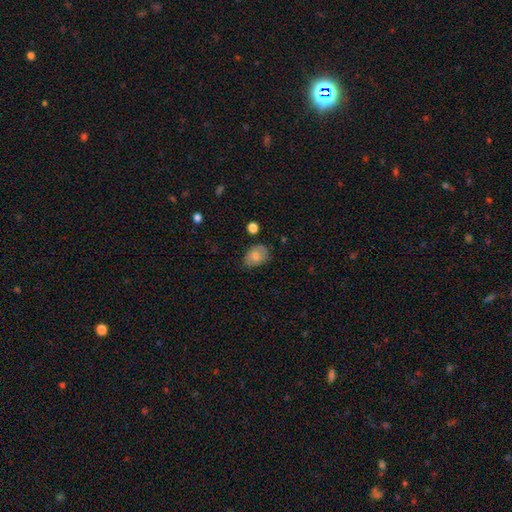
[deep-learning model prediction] Q: Smooth or featured?
A: smooth (76%); runner-up: featured or disk (16%)
Q: How rounded?
A: in between (80%); runner-up: round (19%)
Q: Merging?
A: none (65%); runner-up: minor disturbance (26%)